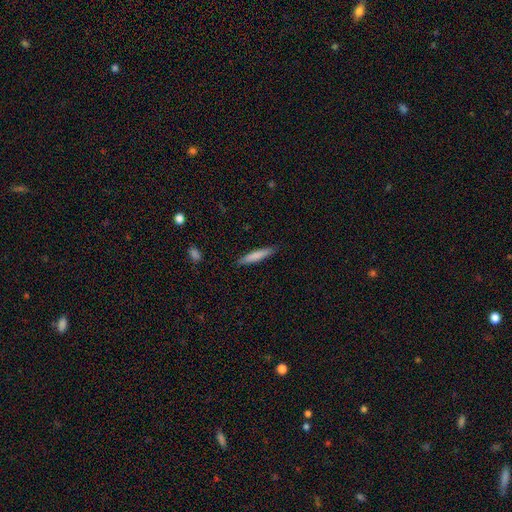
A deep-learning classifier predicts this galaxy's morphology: smooth_or_featured: smooth (p=0.77) [alt: featured or disk p=0.18]
how_rounded: cigar-shaped (p=0.91) [alt: in between p=0.07]
merging: none (p=0.88) [alt: minor disturbance p=0.09]